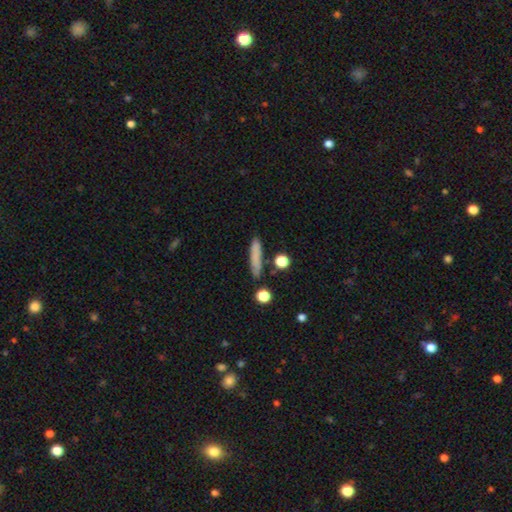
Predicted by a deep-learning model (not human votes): Smooth or featured? smooth (77%)
How rounded? cigar-shaped (84%)
Merging? none (79%)